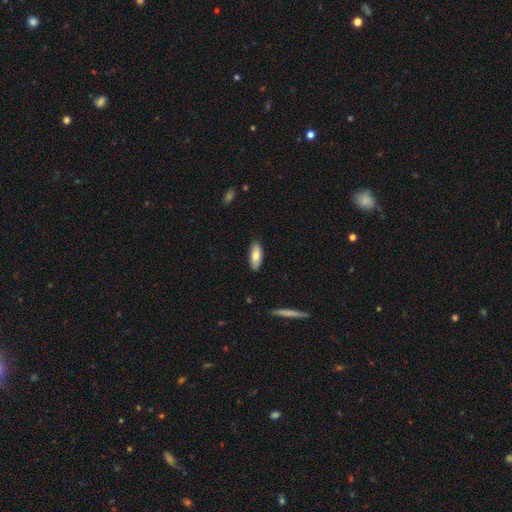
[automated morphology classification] Smooth or featured: smooth — 77% (featured or disk — 17%)
How rounded: in between — 72% (cigar-shaped — 26%)
Merging: none — 87% (minor disturbance — 10%)